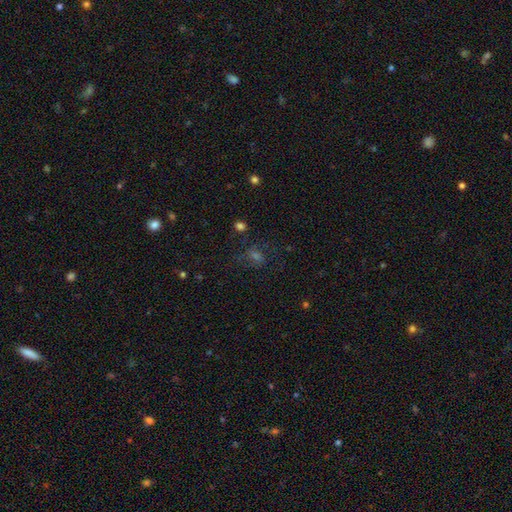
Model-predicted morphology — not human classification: Smooth or featured?
  - star or artifact: 38% *
  - smooth: 36%
  - featured or disk: 26%